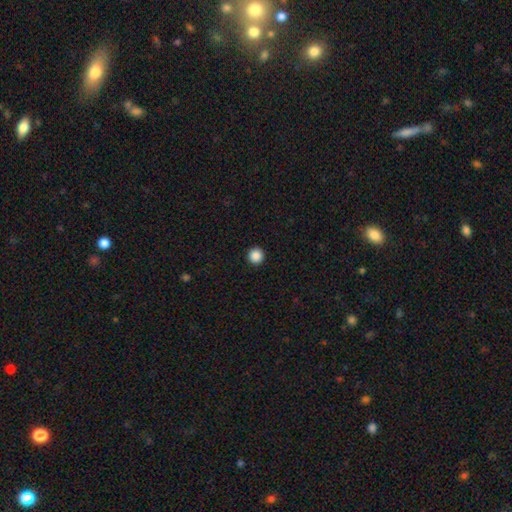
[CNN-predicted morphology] A smooth galaxy with no disk features (88%) that is round (96%).

Vote fractions:
- Smooth or featured? smooth: 88% / star or artifact: 10% / featured or disk: 3%
- How rounded? round: 96% / in between: 3% / cigar-shaped: 1%
- Merging? none: 94% / minor disturbance: 4% / major disturbance: 1% / merger: 1%